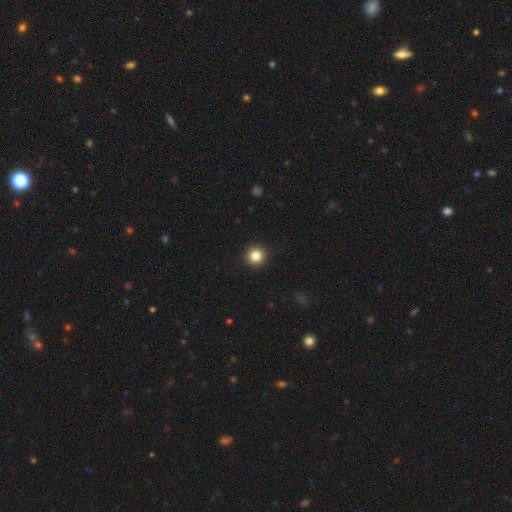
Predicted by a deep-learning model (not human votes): The model was most divided on "smooth or featured": smooth: 84%, star or artifact: 11%, featured or disk: 5%. More confident: how rounded — round (96%); merging — none (93%).